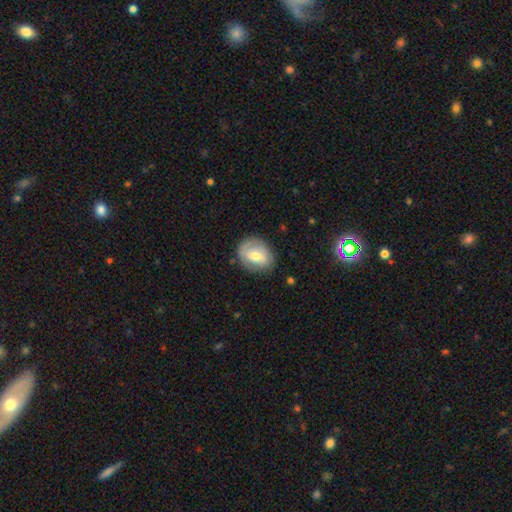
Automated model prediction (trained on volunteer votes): Smooth or featured?
  - smooth: 51% *
  - featured or disk: 42%
  - star or artifact: 7%
How rounded?
  - in between: 57% *
  - round: 42%
  - cigar-shaped: 1%
Merging?
  - none: 76% *
  - minor disturbance: 17%
  - major disturbance: 5%
  - merger: 1%